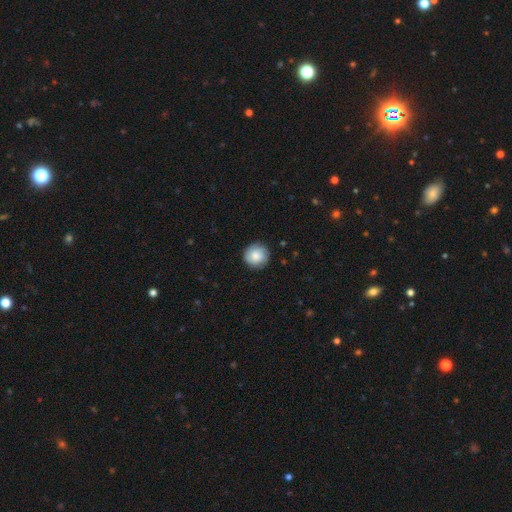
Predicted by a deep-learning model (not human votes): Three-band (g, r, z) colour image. It shows a smooth galaxy with no disk features (73%) that is round (94%). Merging: none (86%).